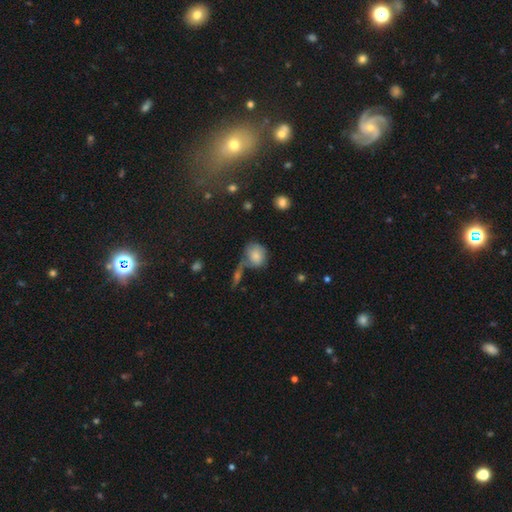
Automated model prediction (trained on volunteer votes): smooth-or-featured: smooth: 78% | featured or disk: 13% | star or artifact: 9%
  how-rounded: round: 53% | in between: 45% | cigar-shaped: 2%
  merging: none: 44% | merger: 25% | minor disturbance: 21% | major disturbance: 11%